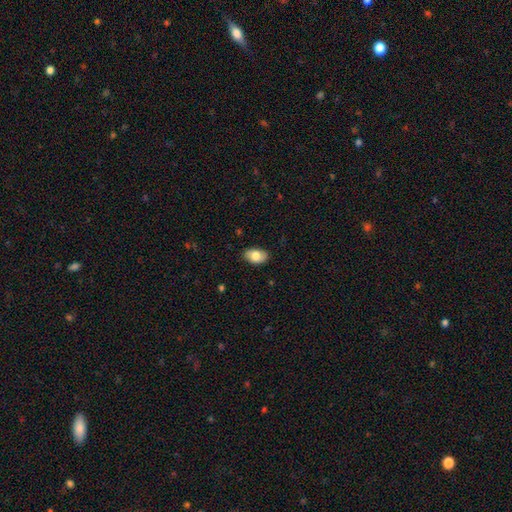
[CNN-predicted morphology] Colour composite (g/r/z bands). It shows a smooth galaxy with no disk features (81%) that is in between round and cigar-shaped (91%). Merging: none (85%).